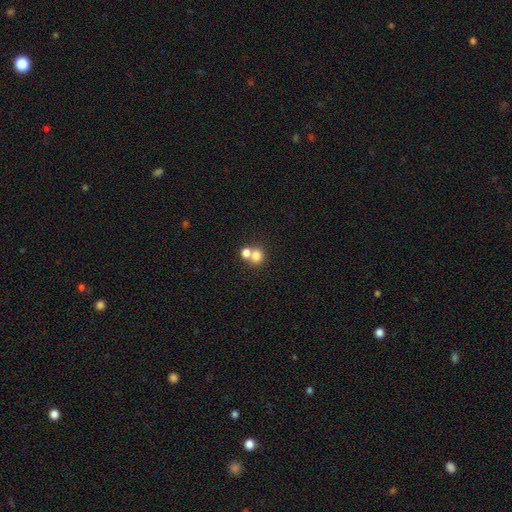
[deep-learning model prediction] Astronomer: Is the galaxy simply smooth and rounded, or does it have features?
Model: smooth — 76%.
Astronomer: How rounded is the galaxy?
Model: round — 73%.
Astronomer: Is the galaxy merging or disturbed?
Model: merger — 54% (runner-up: none, 37%).